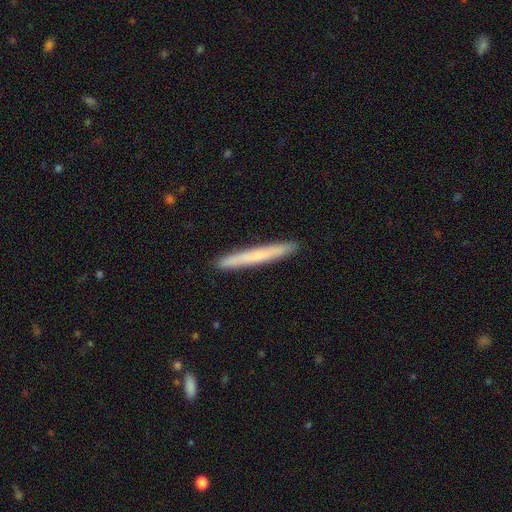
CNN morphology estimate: smooth 62%, featured or disk 33%, star or artifact 6%. Down the decision tree: how rounded — cigar-shaped (97%); merging — none (92%).